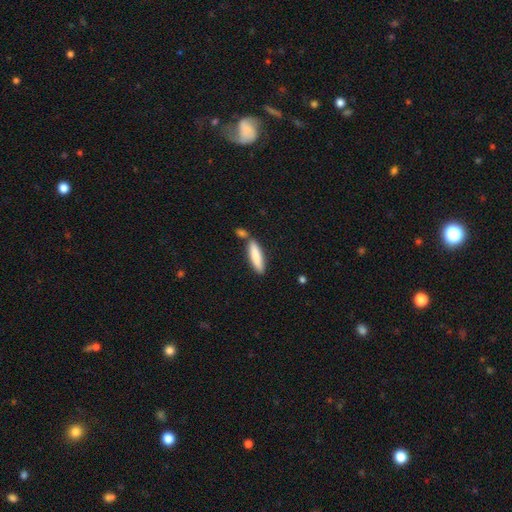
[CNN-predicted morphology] Smooth or featured? Predicted: smooth (p=0.83). How rounded? Predicted: cigar-shaped (p=0.77). Merging? Predicted: none (p=0.68).